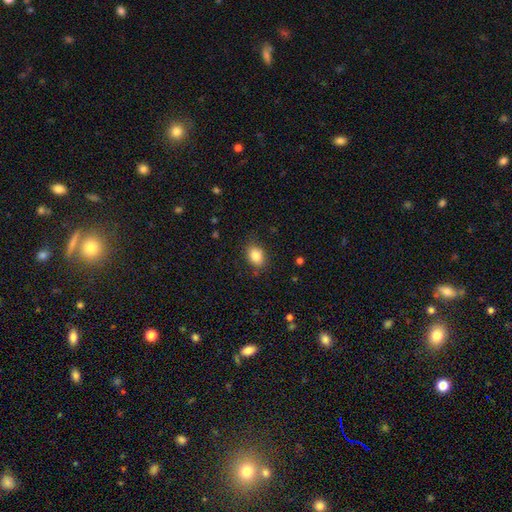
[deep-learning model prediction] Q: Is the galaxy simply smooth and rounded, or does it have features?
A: smooth — 84%.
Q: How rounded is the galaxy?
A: in between — 66%.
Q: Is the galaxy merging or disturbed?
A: none — 79%.